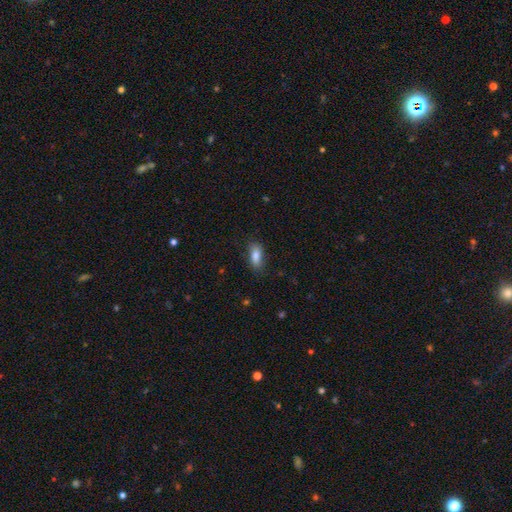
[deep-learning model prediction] Smooth or featured? Predicted: smooth (p=0.83). How rounded? Predicted: in between (p=0.82). Merging? Predicted: none (p=0.79).